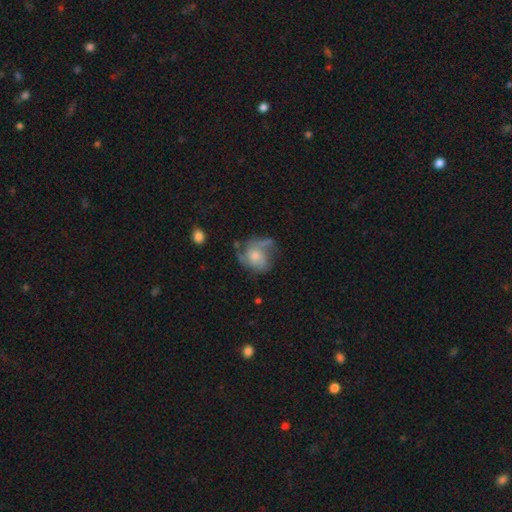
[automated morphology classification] This appears to be a featured or disk galaxy (60%) with no bar (80%), spiral arms (77%) and a small central bulge (43%). Merging: none (44%).